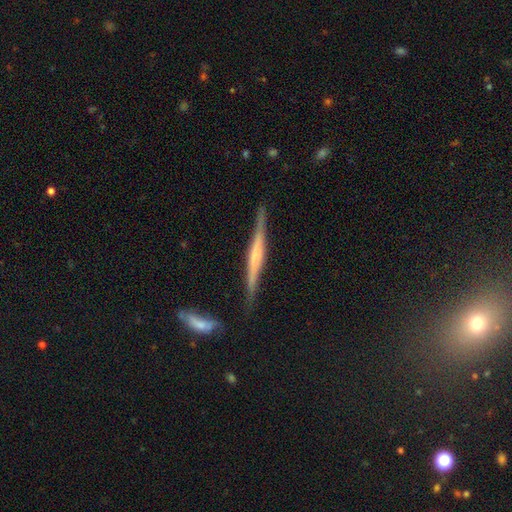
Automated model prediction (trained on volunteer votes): Smooth or featured: featured or disk — 71% (smooth — 23%)
Edge-on disk: yes — 97% (no — 3%)
Edge-on bulge: rounded — 41% (boxy — 31%)
Merging: none — 82% (minor disturbance — 12%)